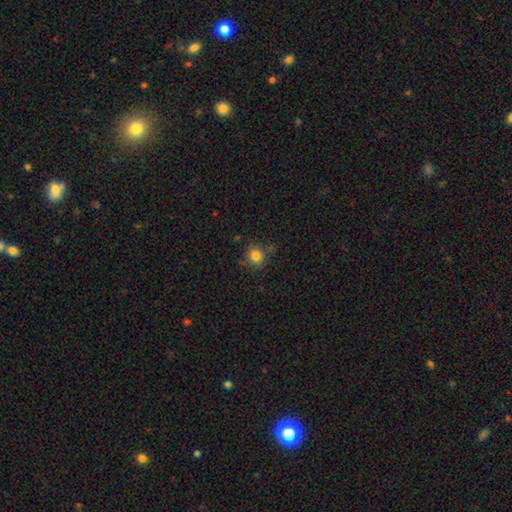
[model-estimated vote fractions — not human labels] This is clearly a smooth galaxy (83%). How rounded: clearly round (86%). Merging: likely none (78%).